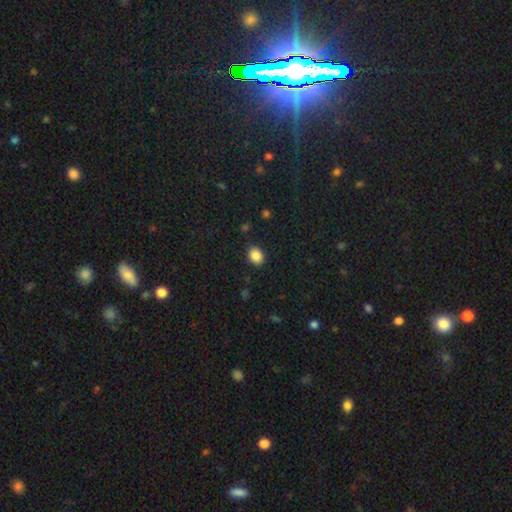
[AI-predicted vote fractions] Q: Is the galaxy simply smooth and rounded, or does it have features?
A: smooth — 86%.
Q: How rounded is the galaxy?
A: in between — 52%.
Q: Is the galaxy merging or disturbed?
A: none — 87%.